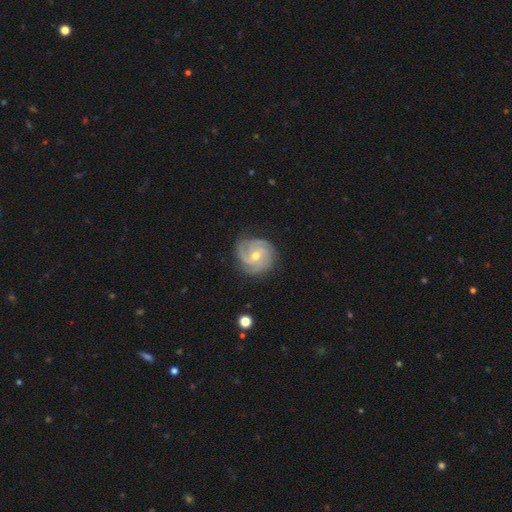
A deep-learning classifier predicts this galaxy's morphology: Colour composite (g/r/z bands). It shows a featured or disk galaxy (85%) with no bar (61%), 3 (47%) tight (58%) spiral arms (97%) and a moderate central bulge (57%). Merging: none (76%).